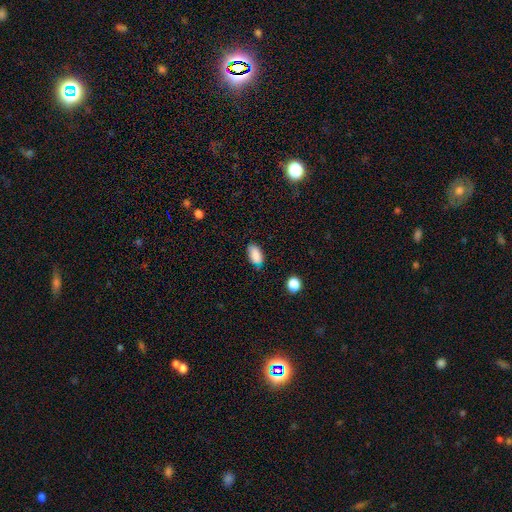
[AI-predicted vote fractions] This is clearly a smooth galaxy (87%). How rounded: clearly in between (92%). Merging: likely none (75%).